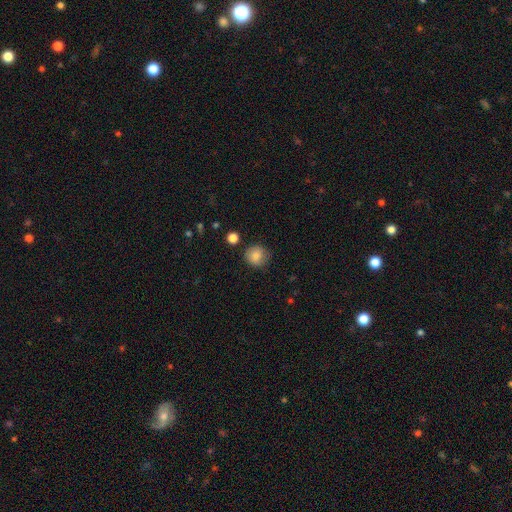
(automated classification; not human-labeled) Q: Smooth or featured?
A: smooth (85%); runner-up: star or artifact (9%)
Q: How rounded?
A: round (89%); runner-up: in between (10%)
Q: Merging?
A: none (80%); runner-up: minor disturbance (14%)